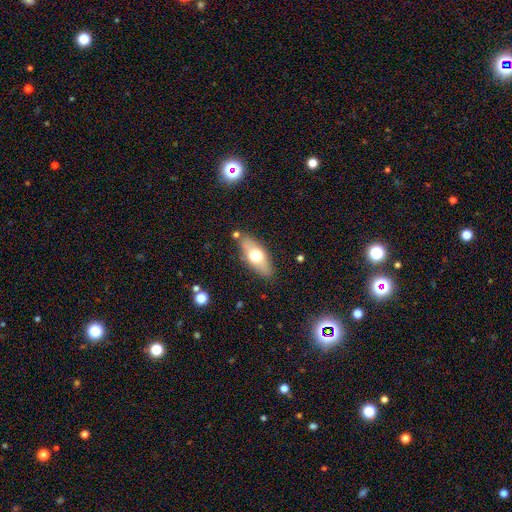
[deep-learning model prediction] smooth-or-featured: smooth: 60% | featured or disk: 33% | star or artifact: 7%
  how-rounded: in between: 75% | cigar-shaped: 21% | round: 4%
  merging: none: 82% | minor disturbance: 12% | major disturbance: 3% | merger: 3%